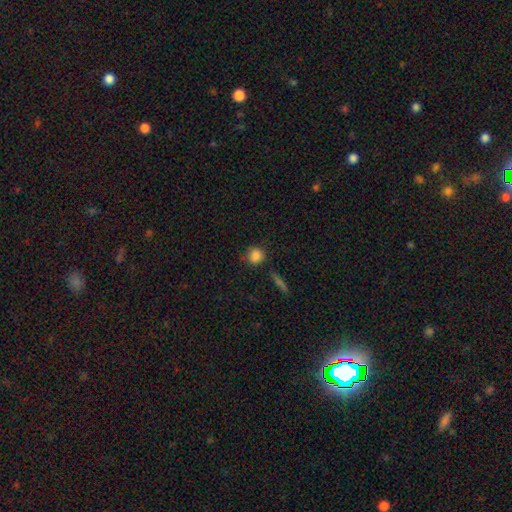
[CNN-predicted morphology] Overall: smooth (84%). How rounded: round (87%). Merging: none (78%).